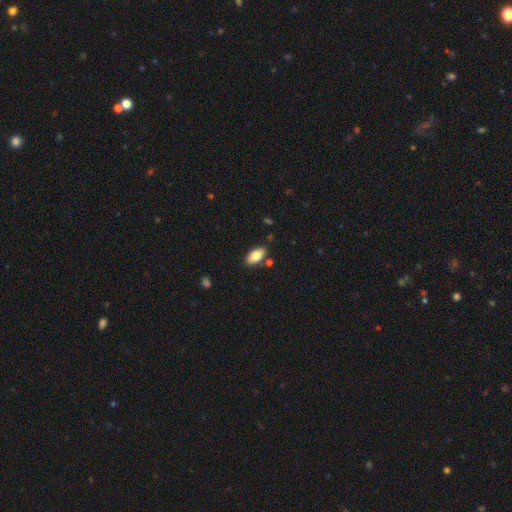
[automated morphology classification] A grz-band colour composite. It shows a smooth galaxy with no disk features (79%) that is in between round and cigar-shaped (93%). Merging: none (82%).